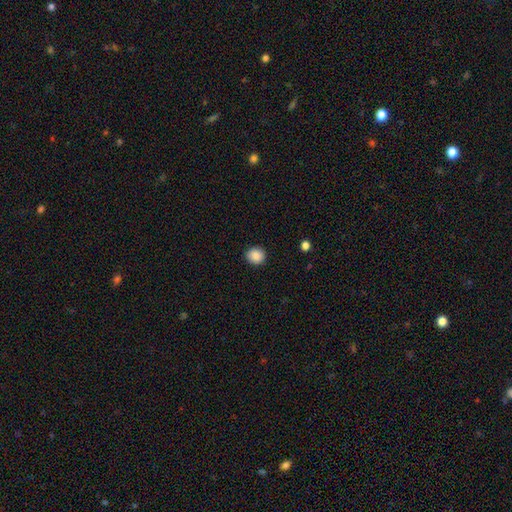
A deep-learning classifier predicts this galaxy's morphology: The model was most divided on "how rounded": round: 87%, in between: 12%, cigar-shaped: 1%. More confident: merging — none (91%); smooth or featured — smooth (87%).